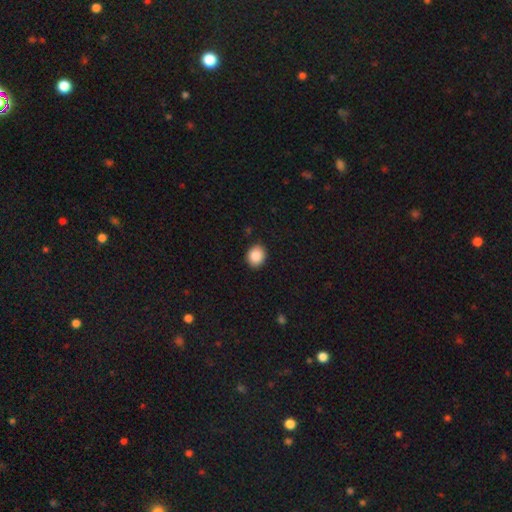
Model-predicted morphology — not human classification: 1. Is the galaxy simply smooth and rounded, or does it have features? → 88% smooth, 8% star or artifact, 4% featured or disk.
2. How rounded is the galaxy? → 66% round, 33% in between, 1% cigar-shaped.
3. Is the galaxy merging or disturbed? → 89% none, 8% minor disturbance, 2% major disturbance, 1% merger.